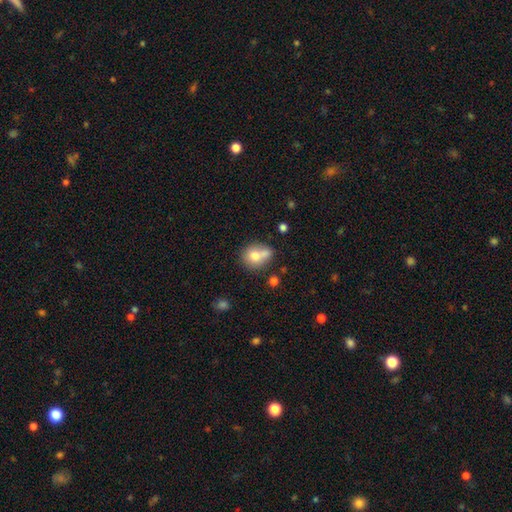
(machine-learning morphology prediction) smooth 73%, featured or disk 17%, star or artifact 10%. Down the decision tree: how rounded — round (67%); merging — merger (40%).